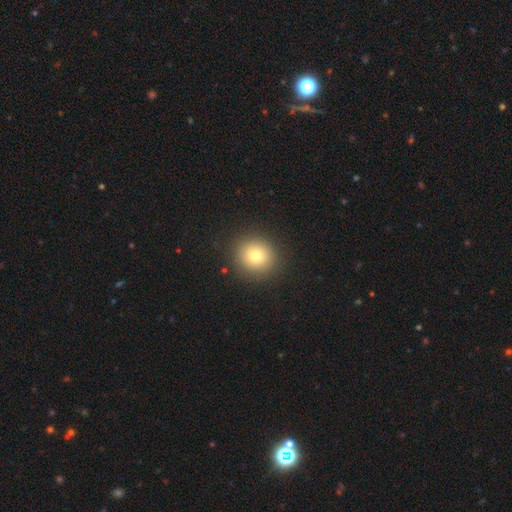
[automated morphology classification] smooth-or-featured: smooth: 77% | star or artifact: 13% | featured or disk: 10%
  how-rounded: round: 89% | in between: 10% | cigar-shaped: 1%
  merging: none: 91% | minor disturbance: 6% | major disturbance: 2% | merger: 1%